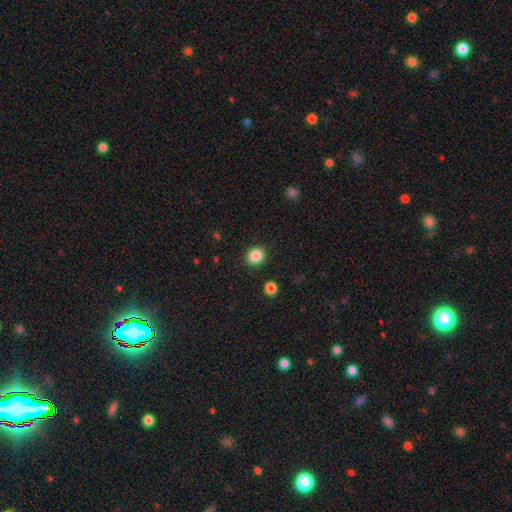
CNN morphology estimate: smooth-or-featured: smooth: 86% | star or artifact: 10% | featured or disk: 4%
  how-rounded: round: 64% | in between: 35% | cigar-shaped: 1%
  merging: none: 88% | minor disturbance: 8% | major disturbance: 3% | merger: 2%